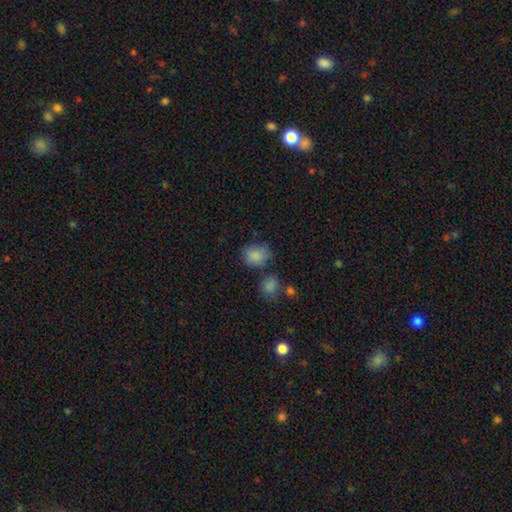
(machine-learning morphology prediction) Smooth or featured?
  - smooth: 85% *
  - star or artifact: 9%
  - featured or disk: 6%
How rounded?
  - round: 55% *
  - in between: 44%
  - cigar-shaped: 1%
Merging?
  - none: 64% *
  - minor disturbance: 19%
  - merger: 11%
  - major disturbance: 6%